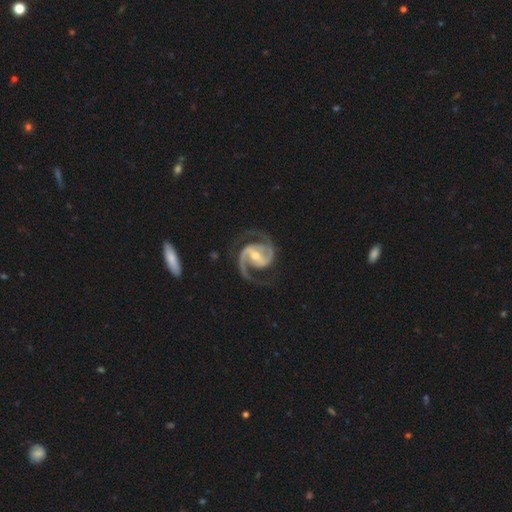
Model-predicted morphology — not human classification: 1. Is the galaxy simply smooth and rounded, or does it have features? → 94% featured or disk, 4% star or artifact, 3% smooth.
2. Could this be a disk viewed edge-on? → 98% no, 2% yes.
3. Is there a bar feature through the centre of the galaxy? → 43% strong, 40% weak, 17% no.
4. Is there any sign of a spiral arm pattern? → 99% yes, 1% no.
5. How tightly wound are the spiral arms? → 64% medium, 22% tight, 13% loose.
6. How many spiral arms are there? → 94% 2, 2% 3, 1% can't tell, 1% 1, 1% 4, 1% more than 4.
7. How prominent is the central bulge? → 60% moderate, 35% small, 3% large, 2% none, 1% dominant.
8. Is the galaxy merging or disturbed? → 79% none, 13% minor disturbance, 7% major disturbance, 1% merger.